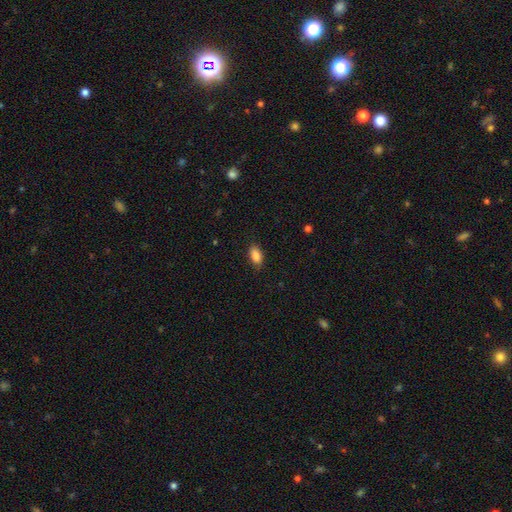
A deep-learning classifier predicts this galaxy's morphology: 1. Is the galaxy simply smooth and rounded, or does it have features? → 87% smooth, 8% star or artifact, 5% featured or disk.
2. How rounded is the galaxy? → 91% in between, 5% round, 4% cigar-shaped.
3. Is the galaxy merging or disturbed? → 84% none, 12% minor disturbance, 3% major disturbance, 1% merger.